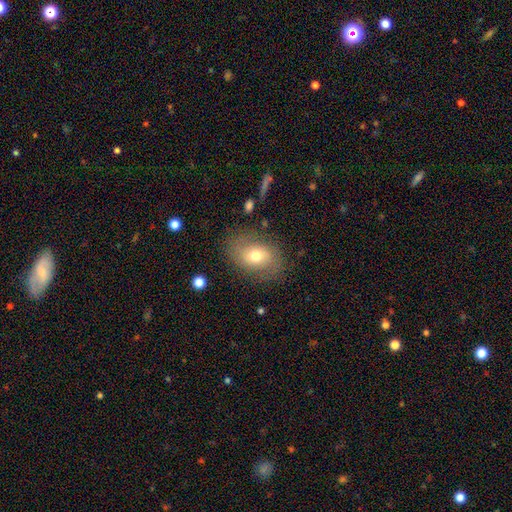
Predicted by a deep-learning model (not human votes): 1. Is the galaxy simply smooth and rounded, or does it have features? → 64% smooth, 27% featured or disk, 9% star or artifact.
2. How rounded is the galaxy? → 74% in between, 25% round, 1% cigar-shaped.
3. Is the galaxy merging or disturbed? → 75% none, 16% minor disturbance, 7% major disturbance, 2% merger.